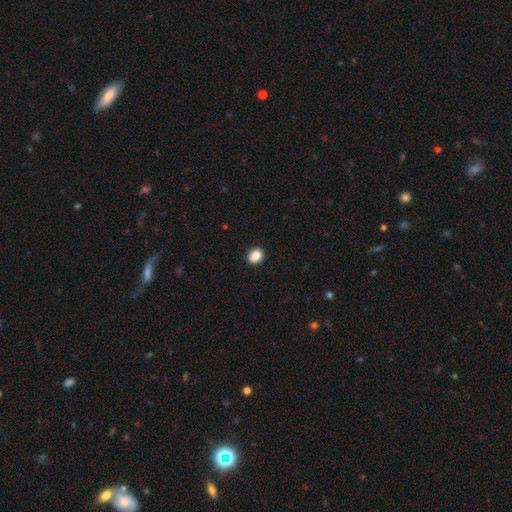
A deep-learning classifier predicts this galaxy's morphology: A smooth galaxy with no disk features (88%) that is round (50%).

Vote fractions:
- Smooth or featured? smooth: 88% / star or artifact: 9% / featured or disk: 3%
- How rounded? round: 50% / in between: 49% / cigar-shaped: 1%
- Merging? none: 91% / minor disturbance: 6% / major disturbance: 2% / merger: 1%